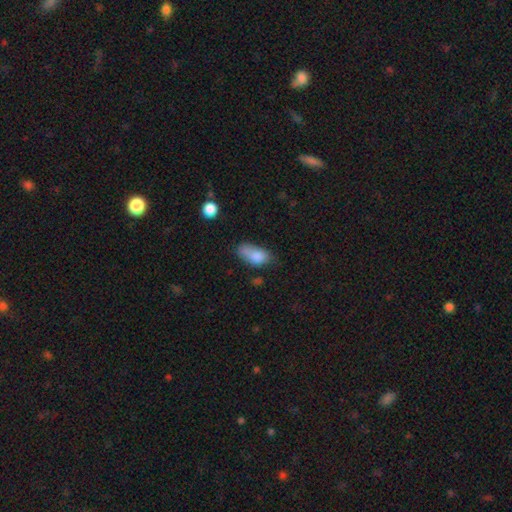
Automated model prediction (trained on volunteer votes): smooth-or-featured: smooth: 81% | featured or disk: 11% | star or artifact: 8%
  how-rounded: in between: 88% | cigar-shaped: 7% | round: 5%
  merging: none: 42% | minor disturbance: 36% | major disturbance: 14% | merger: 8%